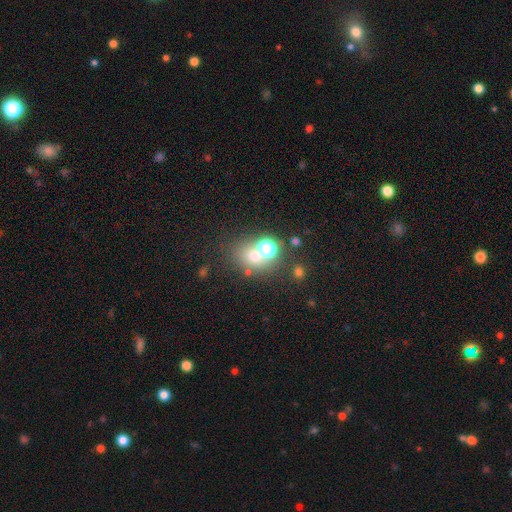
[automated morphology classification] smooth-or-featured: smooth: 61% | star or artifact: 23% | featured or disk: 15%
  how-rounded: round: 63% | in between: 36% | cigar-shaped: 1%
  merging: none: 49% | merger: 34% | minor disturbance: 10% | major disturbance: 7%